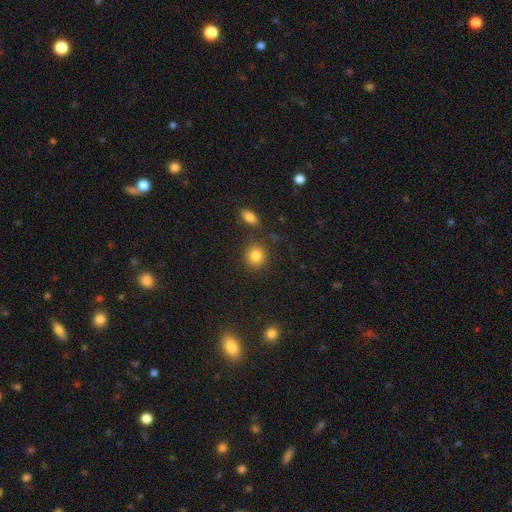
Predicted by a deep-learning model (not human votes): The model was most divided on "how rounded": round: 83%, in between: 16%, cigar-shaped: 1%. More confident: smooth or featured — smooth (85%); merging — none (81%).